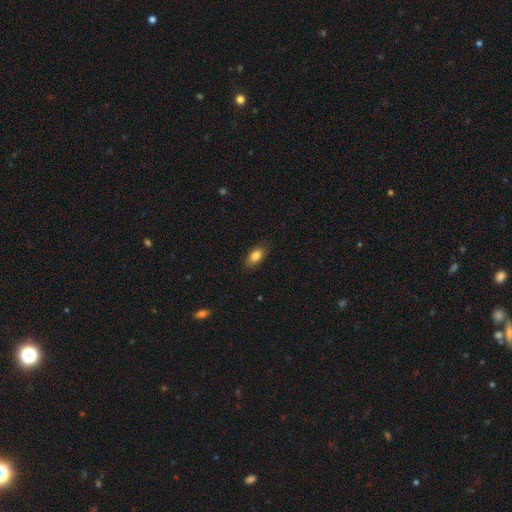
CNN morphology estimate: smooth-or-featured: smooth: 84% | featured or disk: 9% | star or artifact: 8%
  how-rounded: in between: 89% | round: 6% | cigar-shaped: 5%
  merging: none: 84% | minor disturbance: 12% | major disturbance: 3% | merger: 1%